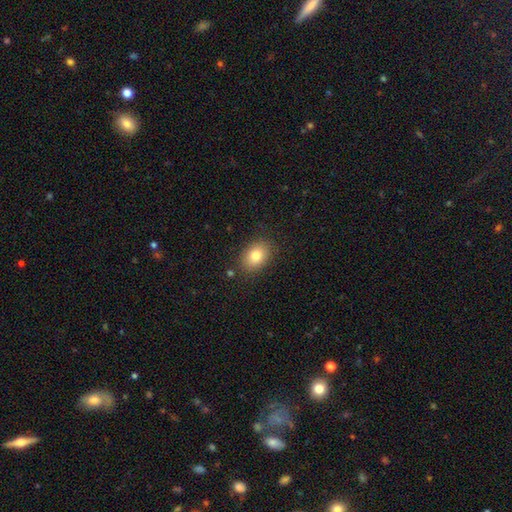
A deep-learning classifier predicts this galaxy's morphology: This appears to be a smooth galaxy with no disk features (81%) that is in between round and cigar-shaped (74%). Merging: none (85%).